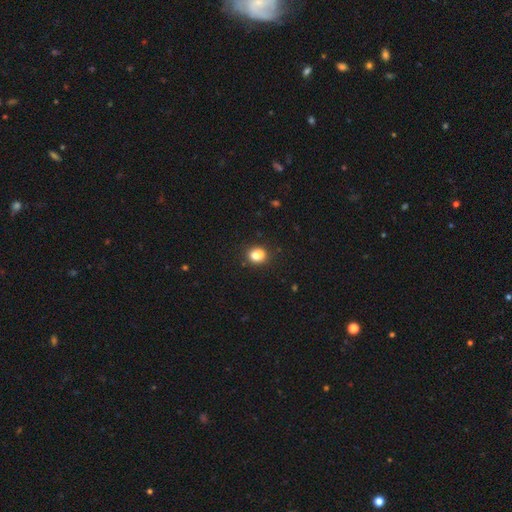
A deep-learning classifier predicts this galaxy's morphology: A smooth galaxy with no disk features (75%) that is round (71%). Merging: none (53%).